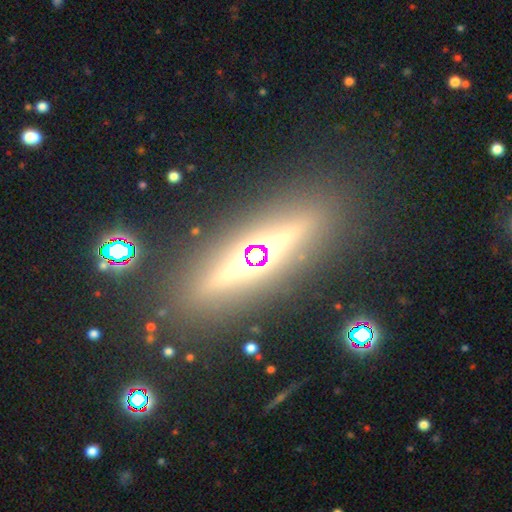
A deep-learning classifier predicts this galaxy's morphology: Smooth or featured: featured or disk — 68% (star or artifact — 17%)
Edge-on disk: yes — 92% (no — 8%)
Edge-on bulge: rounded — 82% (none — 10%)
Merging: none — 86% (minor disturbance — 8%)